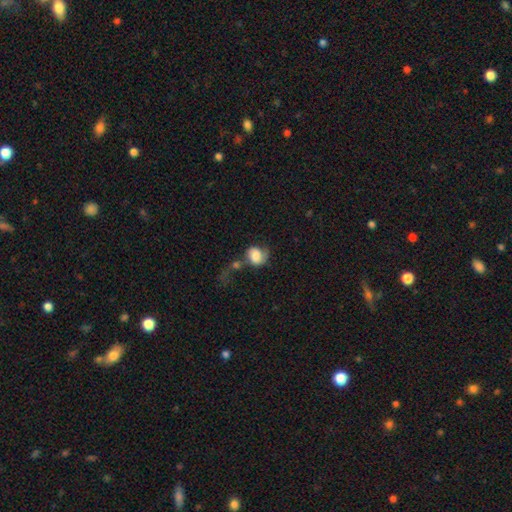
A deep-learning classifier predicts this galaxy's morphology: smooth-or-featured: smooth: 50% | featured or disk: 41% | star or artifact: 8%
  how-rounded: round: 64% | in between: 35% | cigar-shaped: 1%
  merging: major disturbance: 34% | none: 26% | merger: 23% | minor disturbance: 18%